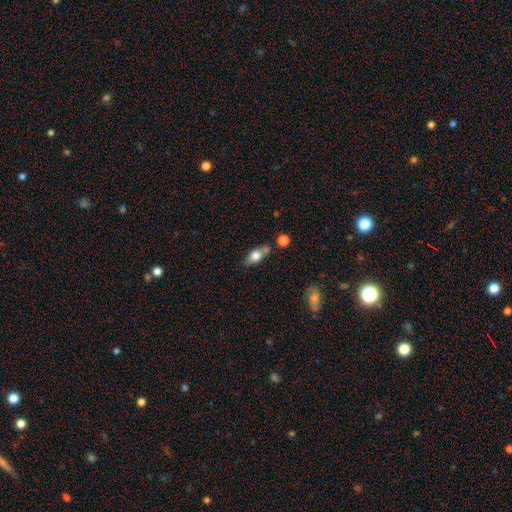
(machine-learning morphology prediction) The model was most divided on "merging": none: 62%, minor disturbance: 18%, merger: 16%, major disturbance: 5%. More confident: how rounded — in between (76%); smooth or featured — smooth (69%).